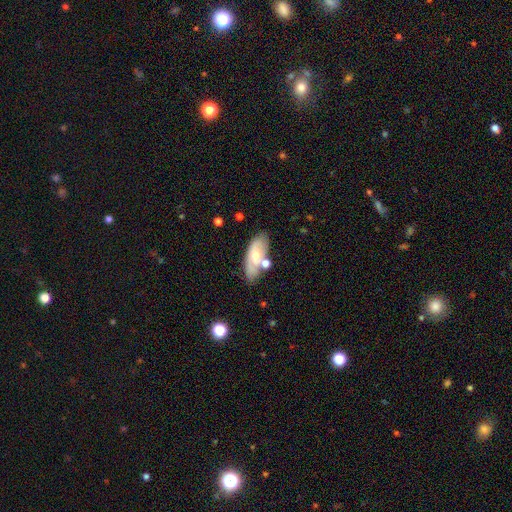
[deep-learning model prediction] This is possibly a smooth galaxy (49%). Merging: possibly none (59%).